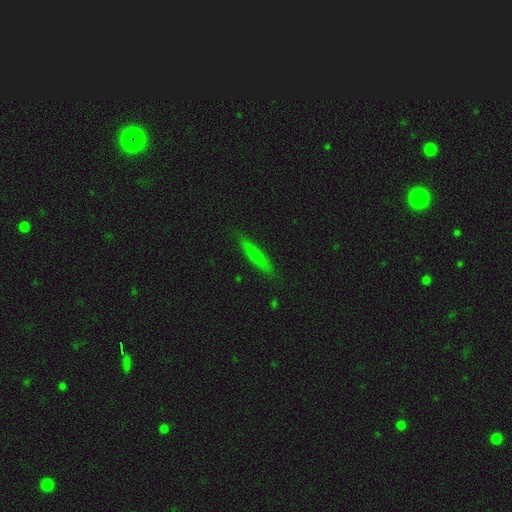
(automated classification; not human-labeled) Q: Smooth or featured?
A: smooth (68%); runner-up: featured or disk (24%)
Q: How rounded?
A: cigar-shaped (88%); runner-up: in between (10%)
Q: Merging?
A: none (87%); runner-up: minor disturbance (10%)